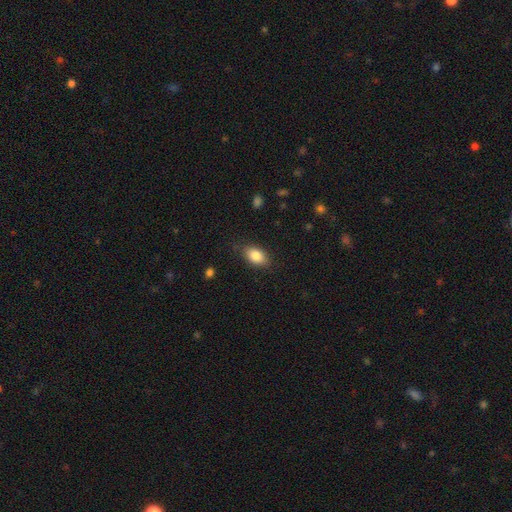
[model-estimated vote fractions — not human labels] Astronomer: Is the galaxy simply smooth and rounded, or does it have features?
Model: smooth — 84%.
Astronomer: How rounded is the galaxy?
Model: in between — 89%.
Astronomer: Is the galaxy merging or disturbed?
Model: none — 82%.